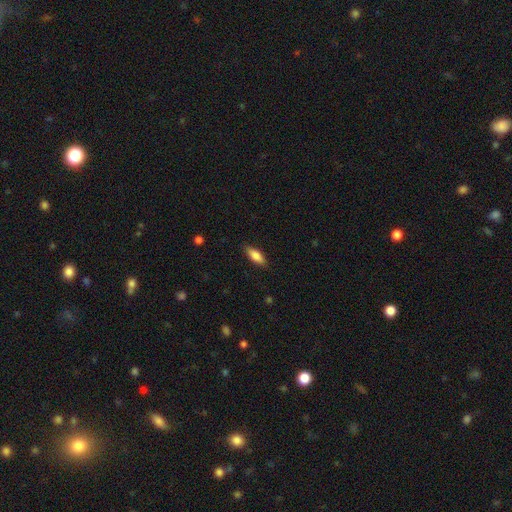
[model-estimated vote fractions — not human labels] smooth_or_featured: smooth (p=0.80) [alt: featured or disk p=0.14]
how_rounded: in between (p=0.71) [alt: cigar-shaped p=0.27]
merging: none (p=0.86) [alt: minor disturbance p=0.11]